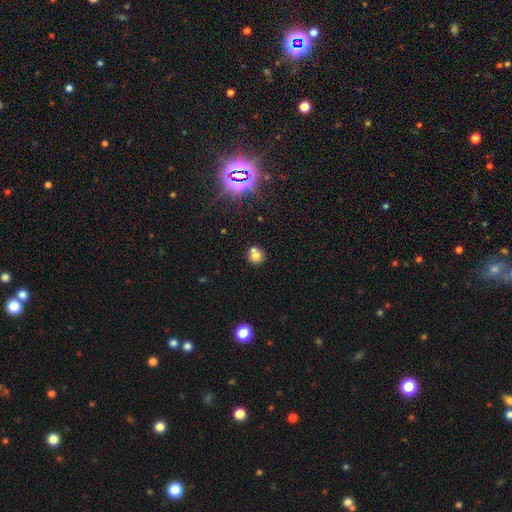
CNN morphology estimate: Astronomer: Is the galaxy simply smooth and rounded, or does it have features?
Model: smooth — 70%.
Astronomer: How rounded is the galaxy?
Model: round — 87%.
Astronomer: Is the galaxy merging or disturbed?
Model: none — 54% (runner-up: merger, 35%).